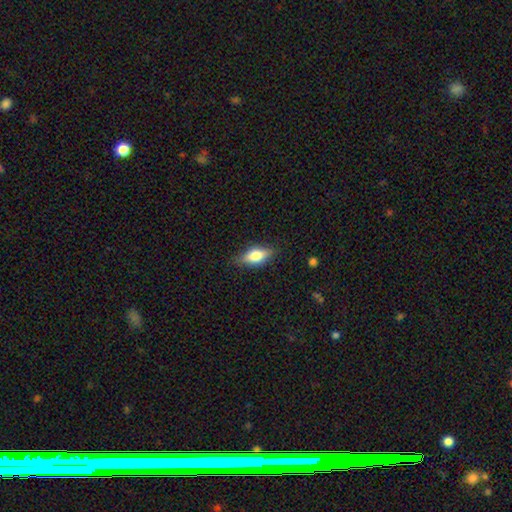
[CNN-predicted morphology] Q: Smooth or featured?
A: smooth (66%); runner-up: featured or disk (27%)
Q: How rounded?
A: in between (77%); runner-up: cigar-shaped (19%)
Q: Merging?
A: none (80%); runner-up: minor disturbance (16%)